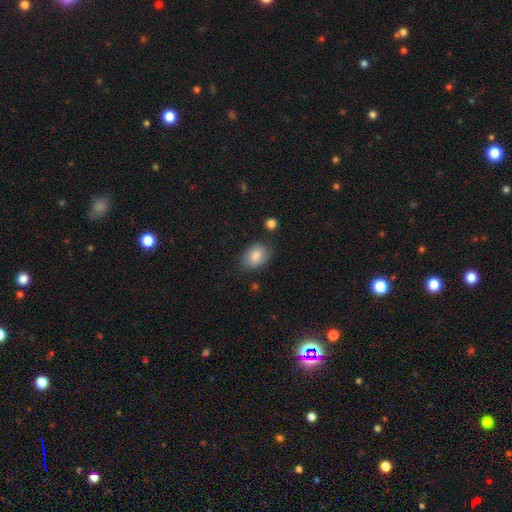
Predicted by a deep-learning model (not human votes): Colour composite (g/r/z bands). It shows a smooth galaxy with no disk features (81%) that is in between round and cigar-shaped (77%). Merging: none (73%).